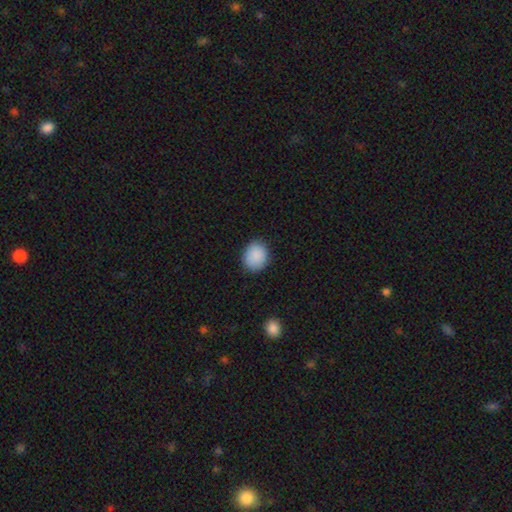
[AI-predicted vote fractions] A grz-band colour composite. It shows a smooth galaxy with no disk features (89%) that is round (70%). Merging: none (88%).